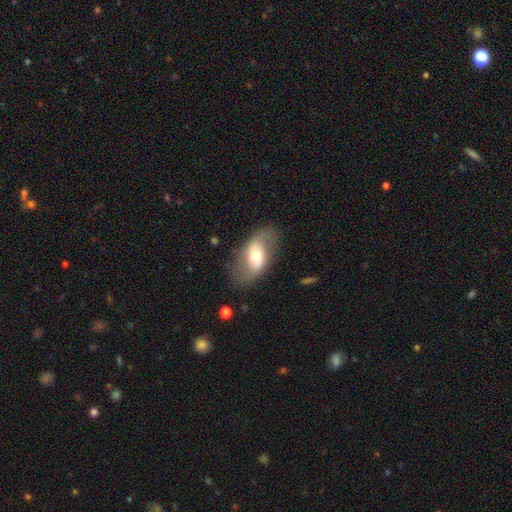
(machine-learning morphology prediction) type=featured or disk (53%); edge-on=no (91%); merging=none (73%).